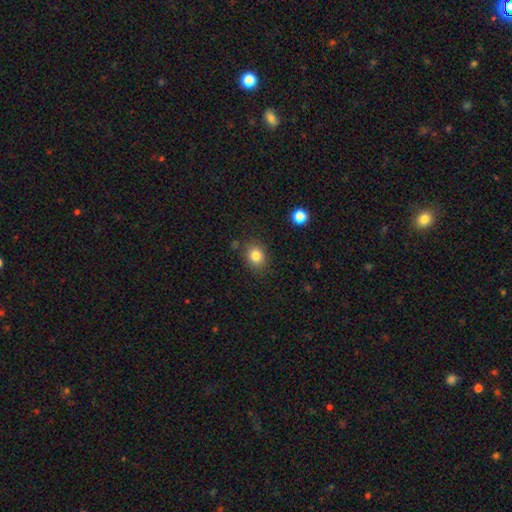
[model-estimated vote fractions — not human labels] The model was most divided on "how rounded": round: 57%, in between: 42%, cigar-shaped: 1%. More confident: merging — none (83%); smooth or featured — smooth (83%).